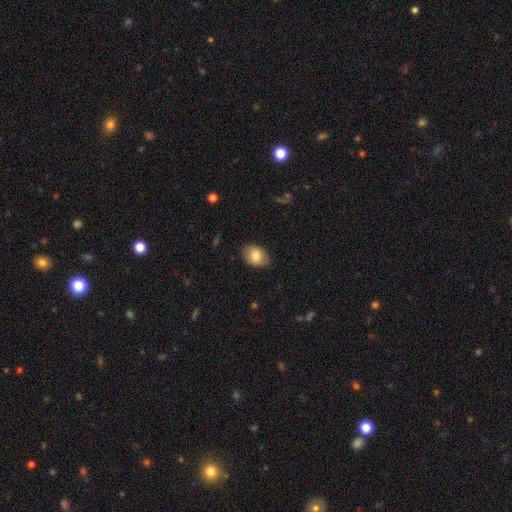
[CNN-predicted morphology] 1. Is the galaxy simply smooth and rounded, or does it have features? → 82% smooth, 11% featured or disk, 7% star or artifact.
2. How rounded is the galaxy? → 75% in between, 24% round, 1% cigar-shaped.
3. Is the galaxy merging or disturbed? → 82% none, 14% minor disturbance, 3% major disturbance, 1% merger.